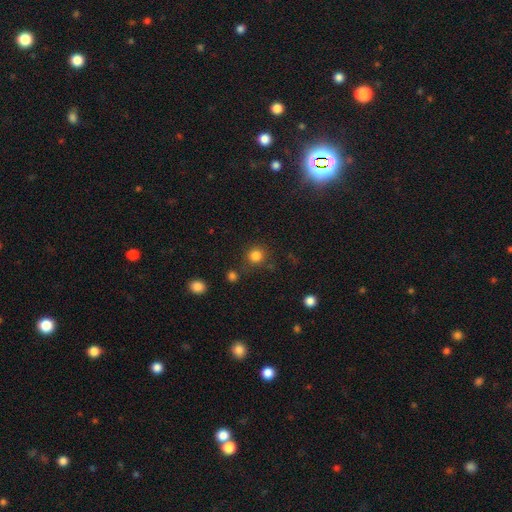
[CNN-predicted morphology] Overall: smooth (82%). How rounded: round (91%). Merging: none (80%).